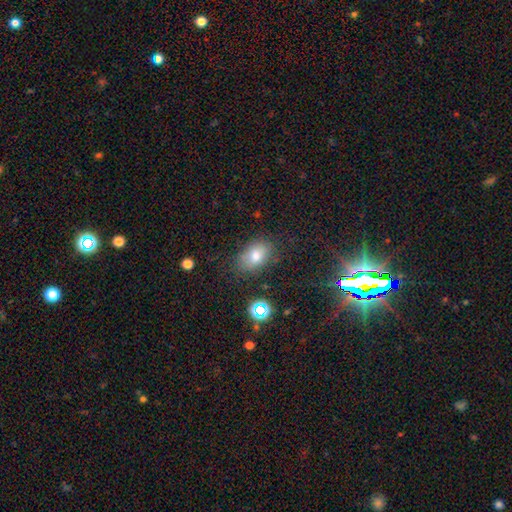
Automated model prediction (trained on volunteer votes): A smooth galaxy with no disk features (76%) that is in between round and cigar-shaped (84%). Merging: none (76%).